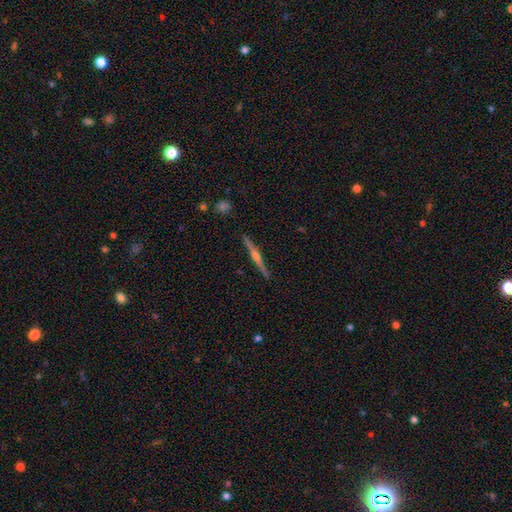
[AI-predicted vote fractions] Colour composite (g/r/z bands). It shows a featured or disk galaxy (81%) viewed edge-on (98%) with a rounded central bulge (84%). Merging: none (91%).